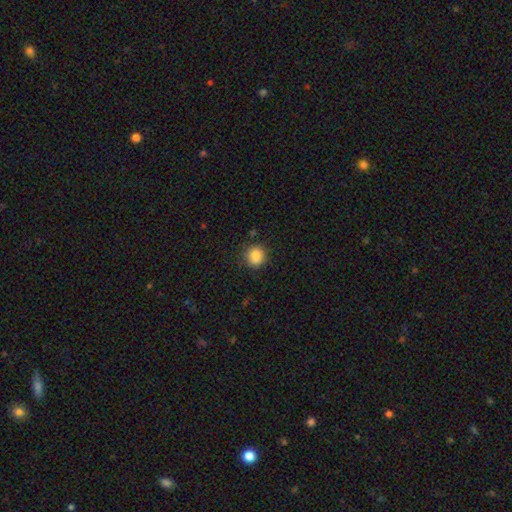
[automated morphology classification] This is clearly a smooth galaxy (86%). How rounded: clearly round (86%). Merging: clearly none (85%).